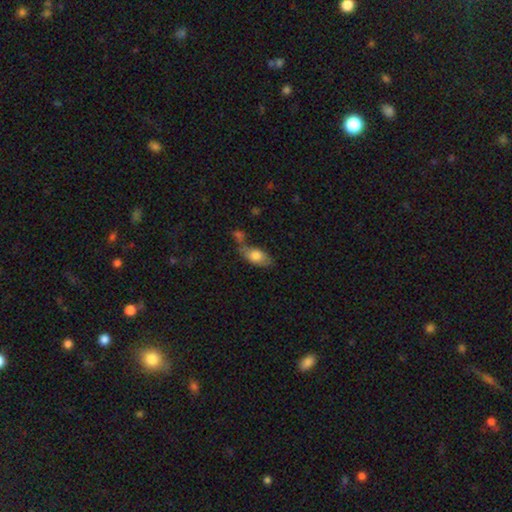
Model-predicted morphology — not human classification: Smooth or featured? smooth (78%)
How rounded? in between (89%)
Merging? none (48%)